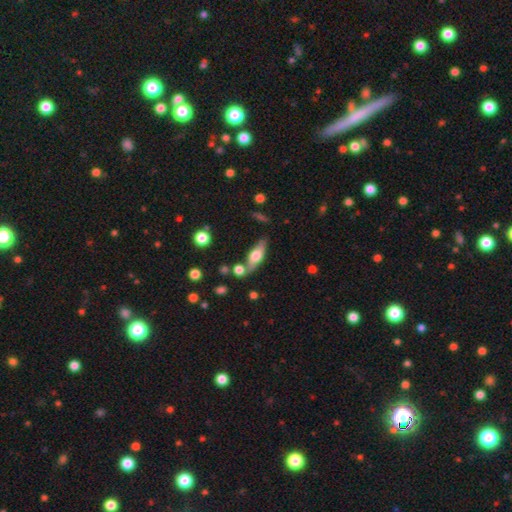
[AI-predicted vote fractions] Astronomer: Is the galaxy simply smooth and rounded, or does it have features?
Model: featured or disk — 48% (runner-up: smooth, 45%).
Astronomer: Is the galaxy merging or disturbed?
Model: none — 72%.